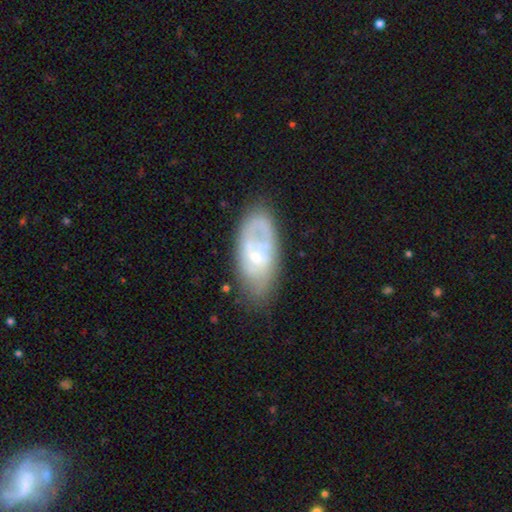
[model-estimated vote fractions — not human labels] This appears to be a featured or disk galaxy (54%). Merging: none (61%).